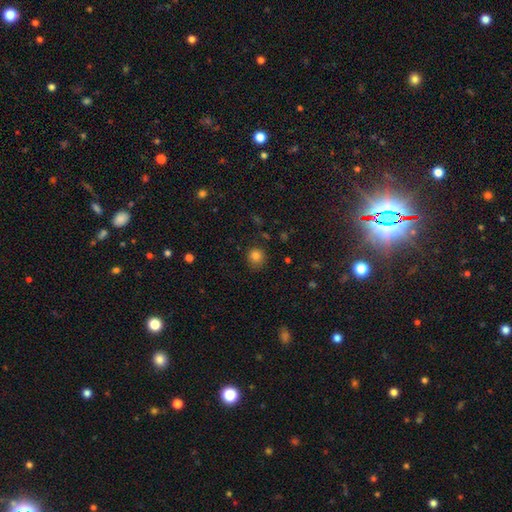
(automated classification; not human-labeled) Morphology: type=smooth (82%); roundness=round (87%); merging=none (79%).